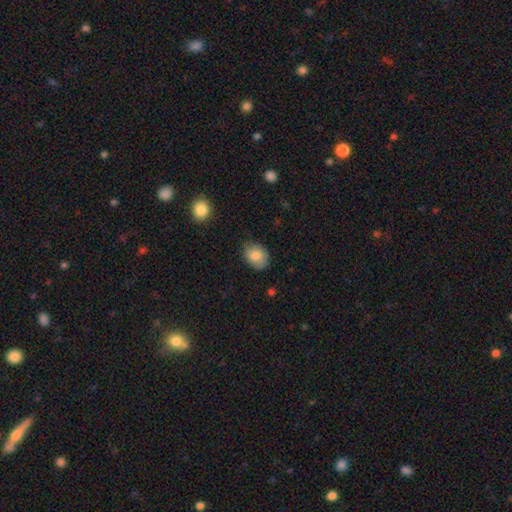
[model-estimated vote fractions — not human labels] Smooth or featured? Predicted: smooth (p=0.83). How rounded? Predicted: in between (p=0.66). Merging? Predicted: none (p=0.73).